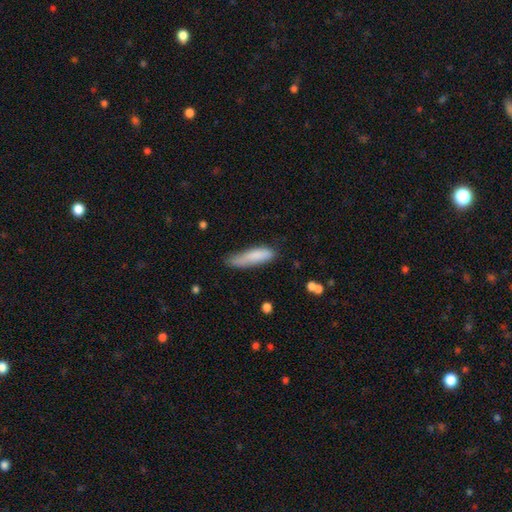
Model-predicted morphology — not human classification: A smooth galaxy with no disk features (81%) that is cigar-shaped (73%).

Vote fractions:
- Smooth or featured? smooth: 81% / featured or disk: 13% / star or artifact: 7%
- How rounded? cigar-shaped: 73% / in between: 26% / round: 1%
- Merging? none: 52% / minor disturbance: 35% / major disturbance: 10% / merger: 3%